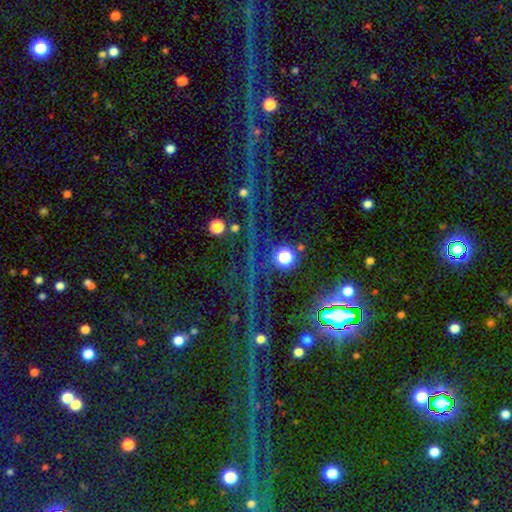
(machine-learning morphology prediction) Smooth or featured?
  - star or artifact: 82% *
  - featured or disk: 9%
  - smooth: 9%